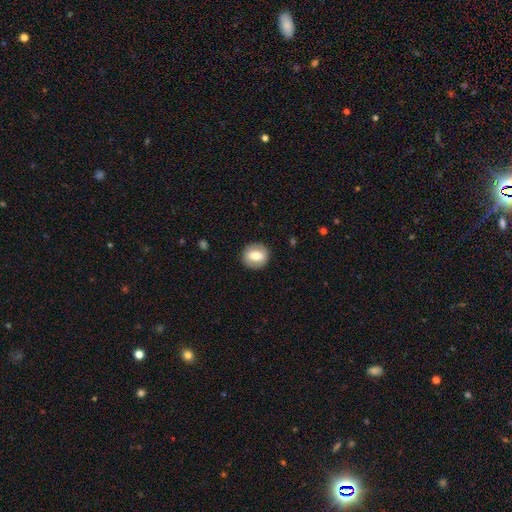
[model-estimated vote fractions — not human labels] smooth-or-featured: smooth: 65% | featured or disk: 27% | star or artifact: 7%
  how-rounded: round: 78% | in between: 21% | cigar-shaped: 1%
  merging: none: 88% | minor disturbance: 8% | major disturbance: 3% | merger: 1%